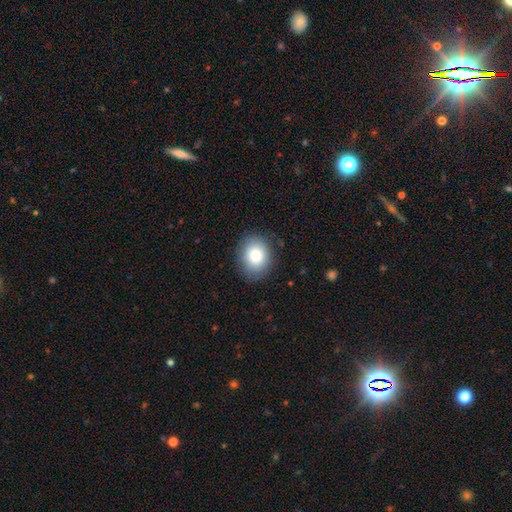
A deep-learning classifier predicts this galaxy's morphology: smooth-or-featured: smooth: 84% | star or artifact: 8% | featured or disk: 8%
  how-rounded: round: 59% | in between: 40% | cigar-shaped: 1%
  merging: none: 85% | minor disturbance: 11% | major disturbance: 3% | merger: 1%